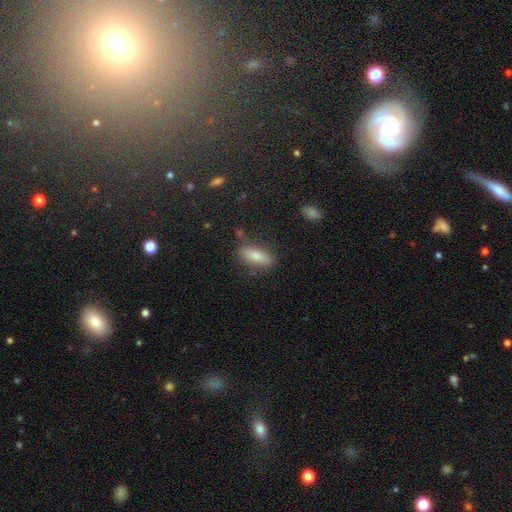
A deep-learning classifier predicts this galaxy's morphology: A smooth galaxy with no disk features (76%) that is in between round and cigar-shaped (68%).

Vote fractions:
- Smooth or featured? smooth: 76% / featured or disk: 16% / star or artifact: 8%
- How rounded? in between: 68% / cigar-shaped: 29% / round: 3%
- Merging? none: 77% / minor disturbance: 15% / major disturbance: 4% / merger: 4%